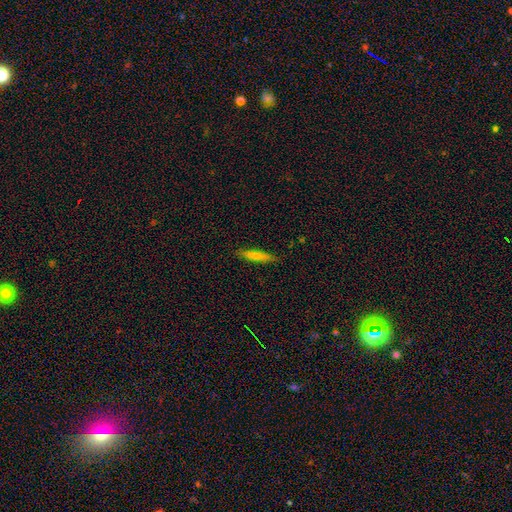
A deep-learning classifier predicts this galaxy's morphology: A smooth galaxy with no disk features (76%) that is cigar-shaped (89%). Merging: none (86%).